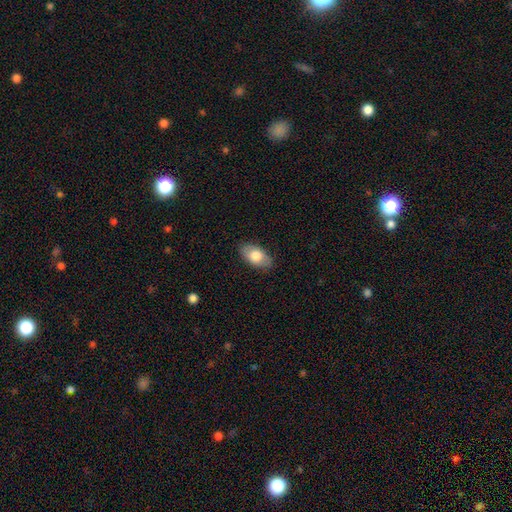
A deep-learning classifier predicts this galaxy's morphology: A smooth galaxy with no disk features (77%) that is in between round and cigar-shaped (93%).

Vote fractions:
- Smooth or featured? smooth: 77% / featured or disk: 17% / star or artifact: 6%
- How rounded? in between: 93% / round: 5% / cigar-shaped: 2%
- Merging? none: 85% / minor disturbance: 11% / major disturbance: 3% / merger: 1%